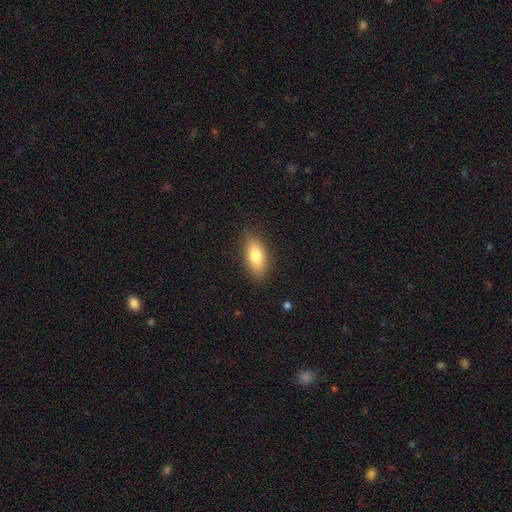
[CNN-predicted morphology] Smooth or featured?
  - smooth: 79% *
  - featured or disk: 13%
  - star or artifact: 7%
How rounded?
  - in between: 86% *
  - cigar-shaped: 9%
  - round: 5%
Merging?
  - none: 85% *
  - minor disturbance: 11%
  - major disturbance: 3%
  - merger: 1%